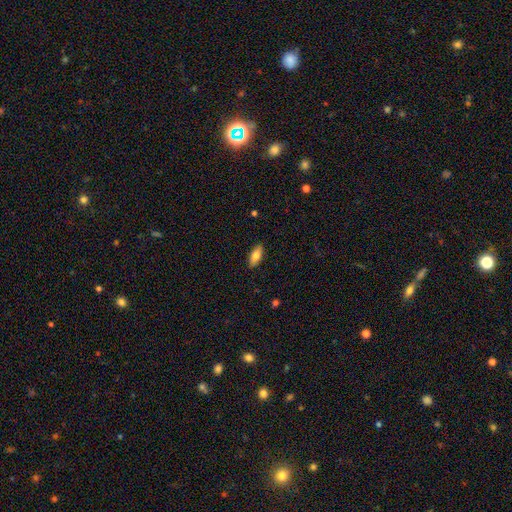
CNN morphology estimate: A smooth galaxy with no disk features (76%) that is in between round and cigar-shaped (79%). Merging: none (89%).